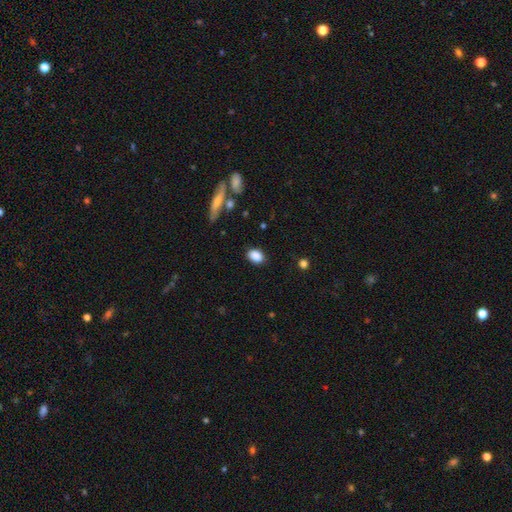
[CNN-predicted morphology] This appears to be a smooth galaxy with no disk features (87%) that is in between round and cigar-shaped (80%). Merging: none (84%).